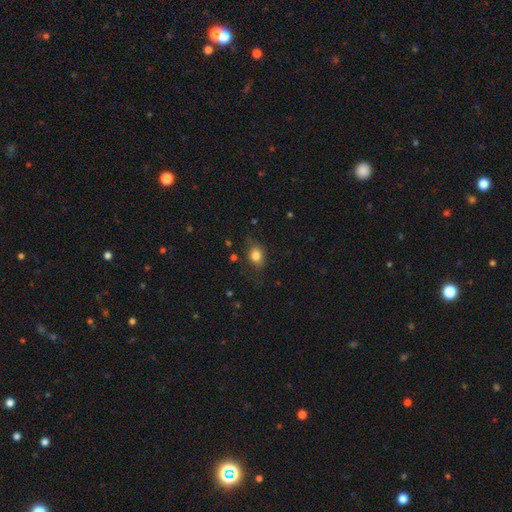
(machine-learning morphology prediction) smooth 80%, featured or disk 10%, star or artifact 10%. Down the decision tree: how rounded — in between (71%); merging — none (70%).